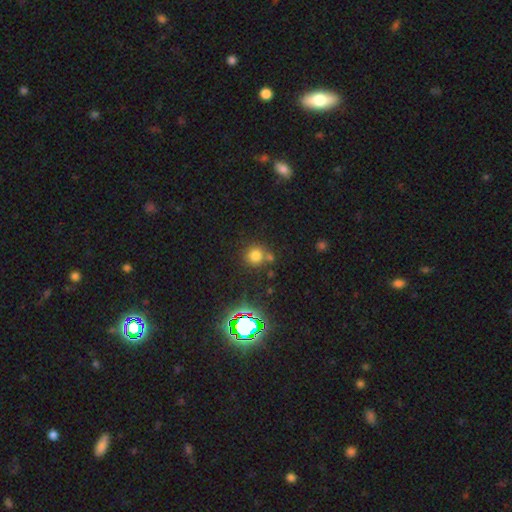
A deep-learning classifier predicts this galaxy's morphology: Q: Smooth or featured?
A: smooth (71%); runner-up: star or artifact (22%)
Q: How rounded?
A: round (92%); runner-up: in between (7%)
Q: Merging?
A: none (71%); runner-up: merger (16%)